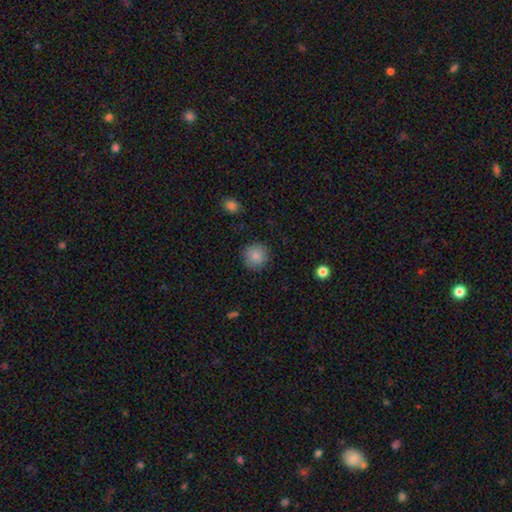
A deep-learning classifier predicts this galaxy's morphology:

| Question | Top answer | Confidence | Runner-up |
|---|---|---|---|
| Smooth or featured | smooth | 86% | star or artifact (8%) |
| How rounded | round | 93% | in between (6%) |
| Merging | none | 89% | minor disturbance (8%) |